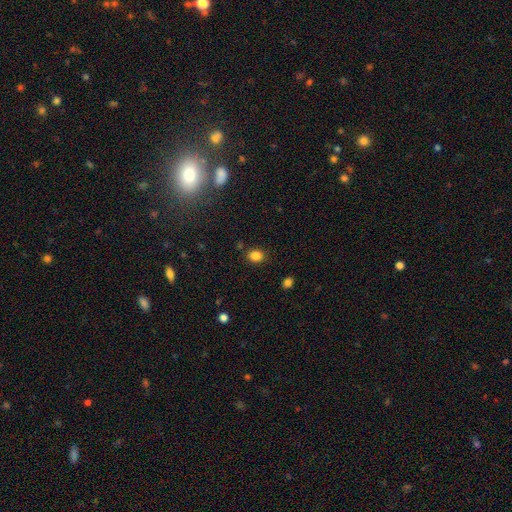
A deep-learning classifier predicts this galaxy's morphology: smooth_or_featured: smooth (p=0.85) [alt: star or artifact p=0.11]
how_rounded: round (p=0.50) [alt: in between p=0.49]
merging: none (p=0.84) [alt: minor disturbance p=0.10]